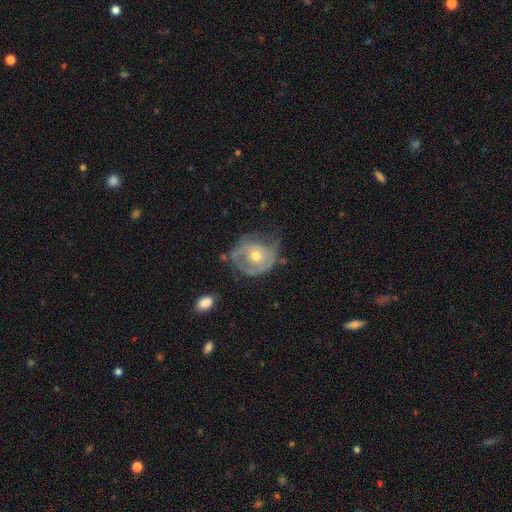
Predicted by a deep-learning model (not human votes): Smooth or featured? Predicted: featured or disk (p=0.67). Edge-on disk? Predicted: no (p=0.96). Bar? Predicted: no (p=0.80). Spiral arms? Predicted: yes (p=0.62). Bulge size? Predicted: moderate (p=0.60). Merging? Predicted: none (p=0.45).